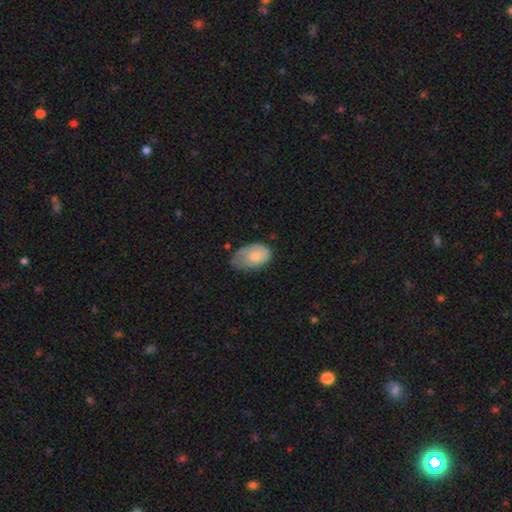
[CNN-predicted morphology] smooth 72%, featured or disk 22%, star or artifact 6%. Down the decision tree: how rounded — in between (88%); merging — minor disturbance (45%).